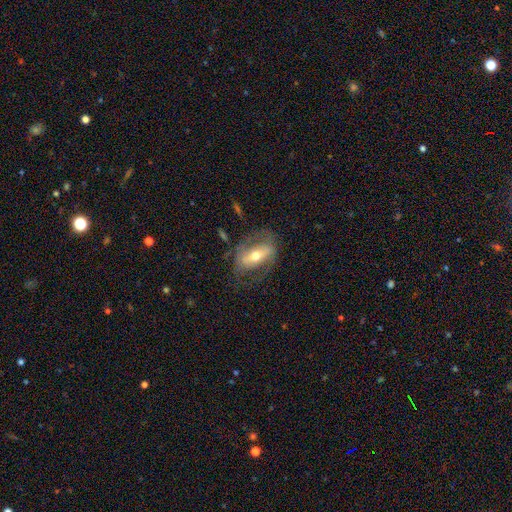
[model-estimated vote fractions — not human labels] A featured or disk galaxy (65%) with a strong bar (55%), no spiral arms (50%, tied with yes) and a moderate central bulge (64%).

Vote fractions:
- Smooth or featured? featured or disk: 65% / smooth: 28% / star or artifact: 7%
- Edge-on disk? no: 83% / yes: 17%
- Bar? strong: 55% / no: 23% / weak: 22%
- Spiral arms? no: 50% (tied) / yes: 50% (tied)
- Bulge size? moderate: 64% / small: 29% / large: 5% / dominant: 1% / none: 1%
- Merging? none: 60% / minor disturbance: 19% / major disturbance: 18% / merger: 2%